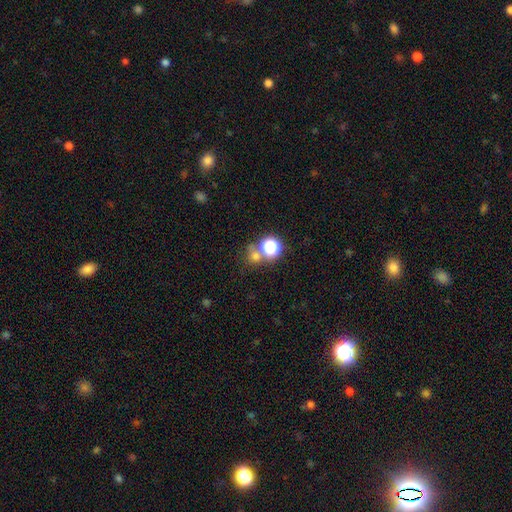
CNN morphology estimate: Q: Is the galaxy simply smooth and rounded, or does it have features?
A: smooth — 64%.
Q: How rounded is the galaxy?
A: round — 86%.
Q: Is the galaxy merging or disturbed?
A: none — 57%.